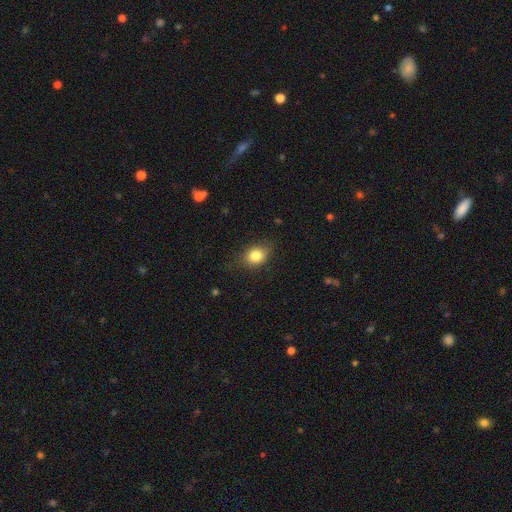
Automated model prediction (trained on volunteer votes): smooth-or-featured: smooth: 82% | star or artifact: 10% | featured or disk: 8%
  how-rounded: in between: 53% | round: 45% | cigar-shaped: 1%
  merging: none: 77% | minor disturbance: 17% | major disturbance: 4% | merger: 1%